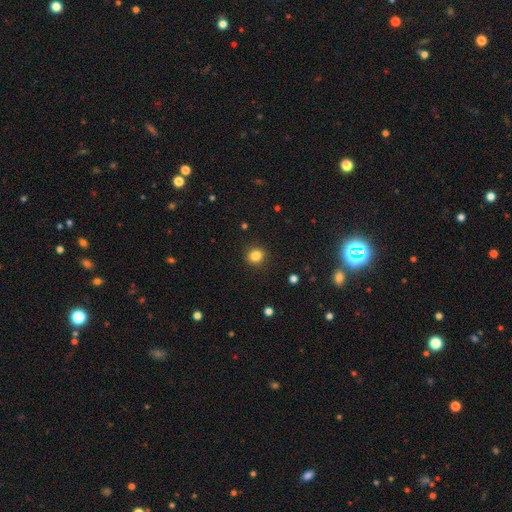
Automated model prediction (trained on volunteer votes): Q: Smooth or featured?
A: smooth (83%); runner-up: star or artifact (12%)
Q: How rounded?
A: round (82%); runner-up: in between (17%)
Q: Merging?
A: none (90%); runner-up: minor disturbance (6%)